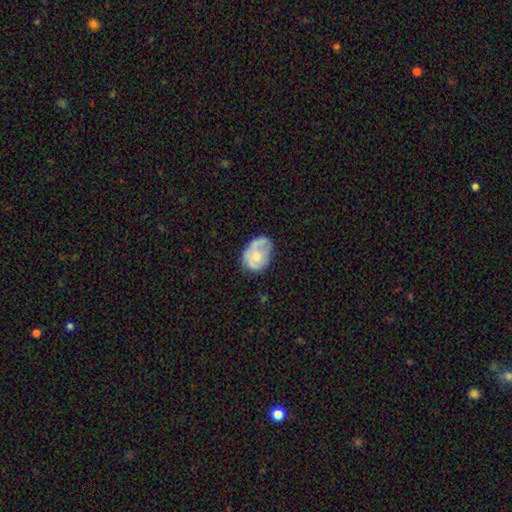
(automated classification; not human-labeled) Smooth or featured: smooth — 54% (featured or disk — 39%)
How rounded: in between — 69% (round — 30%)
Merging: none — 44% (minor disturbance — 34%)